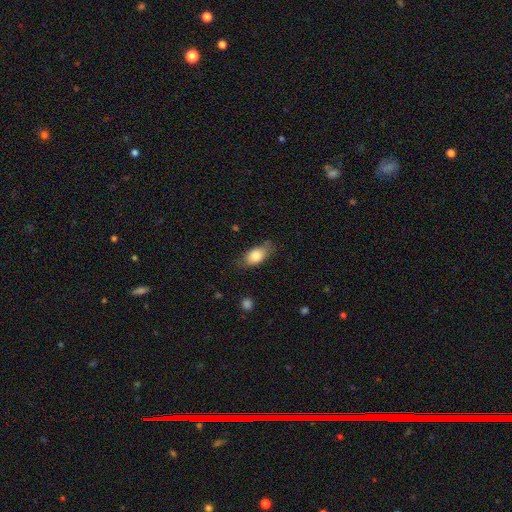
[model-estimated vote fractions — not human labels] Morphology: type=smooth (80%); roundness=in between (87%); merging=none (70%).